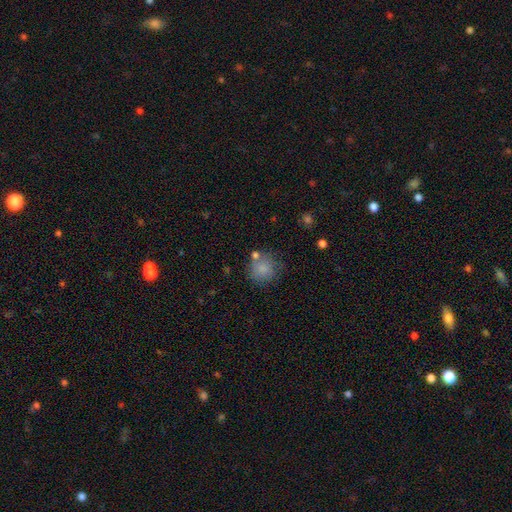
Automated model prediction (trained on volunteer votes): smooth_or_featured: smooth (p=0.69) [alt: star or artifact p=0.20]
how_rounded: round (p=0.91) [alt: in between p=0.08]
merging: none (p=0.76) [alt: minor disturbance p=0.13]